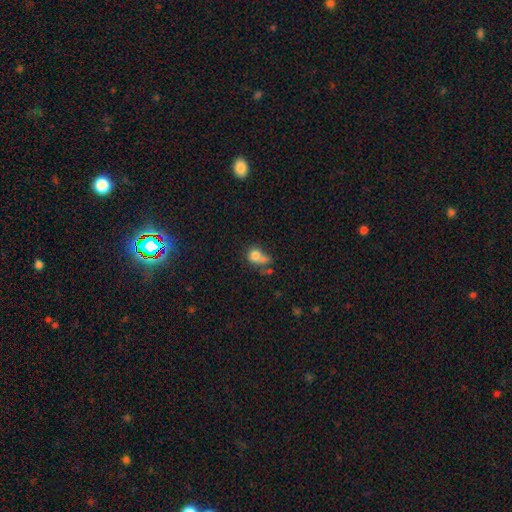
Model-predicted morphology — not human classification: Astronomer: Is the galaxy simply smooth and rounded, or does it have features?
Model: smooth — 76%.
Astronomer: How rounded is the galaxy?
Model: round — 65%.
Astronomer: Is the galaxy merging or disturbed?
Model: merger — 46% (runner-up: none, 30%).